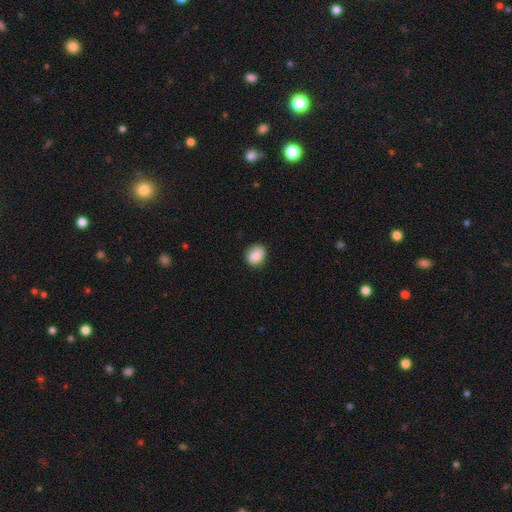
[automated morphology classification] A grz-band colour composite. It shows a smooth galaxy with no disk features (87%) that is round (58%). Merging: none (81%).